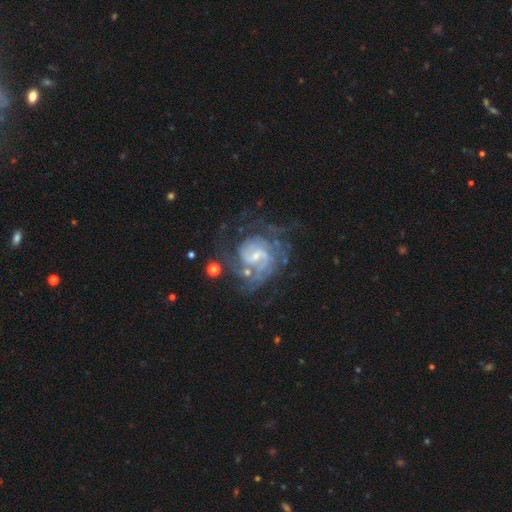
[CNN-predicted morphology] smooth-or-featured: featured or disk: 84% | smooth: 8% | star or artifact: 8%
  disk-edge-on: no: 98% | yes: 2%
    bar: weak: 56% | no: 31% | strong: 14%
    has-spiral-arms: yes: 92% | no: 8%
      spiral-winding: tight: 50% | medium: 37% | loose: 13%
      spiral-arm-count: can't tell: 36% | 2: 32% | 3: 14% | 1: 6% | 4: 6% | more than 4: 5%
    bulge-size: small: 61% | moderate: 26% | none: 10% | large: 2% | dominant: 1%
  merging: none: 53% | major disturbance: 22% | minor disturbance: 18% | merger: 6%